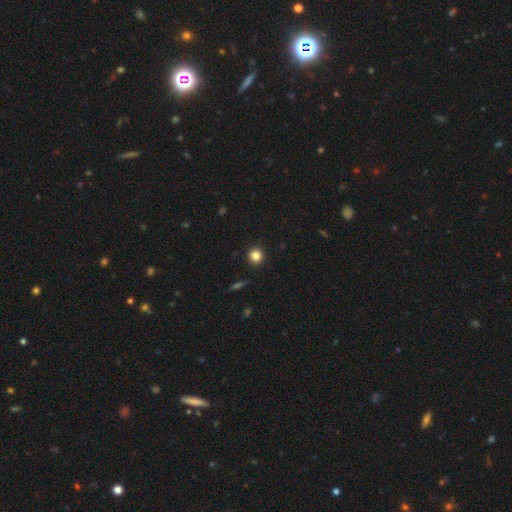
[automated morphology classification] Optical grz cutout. It shows a smooth galaxy with no disk features (84%) that is round (93%). Merging: none (92%).